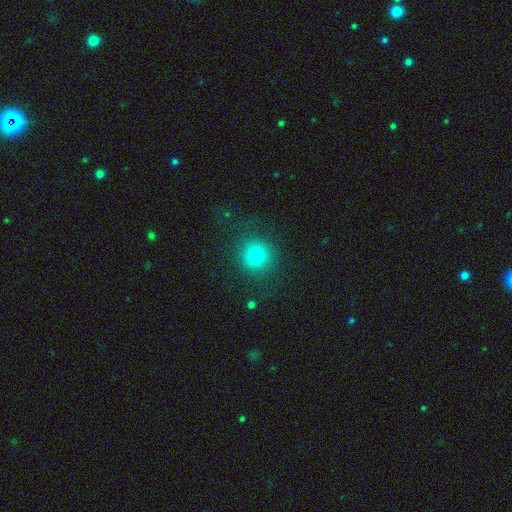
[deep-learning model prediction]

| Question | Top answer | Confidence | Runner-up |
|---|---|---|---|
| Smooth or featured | smooth | 76% | star or artifact (15%) |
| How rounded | round | 90% | in between (9%) |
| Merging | none | 84% | minor disturbance (9%) |